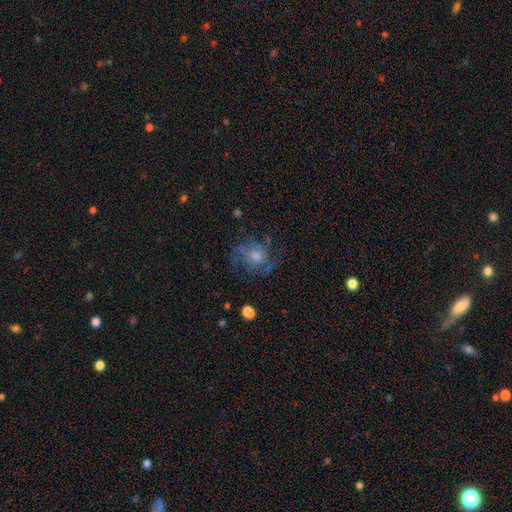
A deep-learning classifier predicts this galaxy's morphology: smooth_or_featured: featured or disk (p=0.59) [alt: smooth p=0.25]
disk_edge_on: no (p=0.97) [alt: yes p=0.03]
bar: no (p=0.76) [alt: weak p=0.21]
has_spiral_arms: yes (p=0.77) [alt: no p=0.23]
bulge_size: moderate (p=0.49) [alt: small p=0.24]
merging: none (p=0.67) [alt: minor disturbance p=0.17]